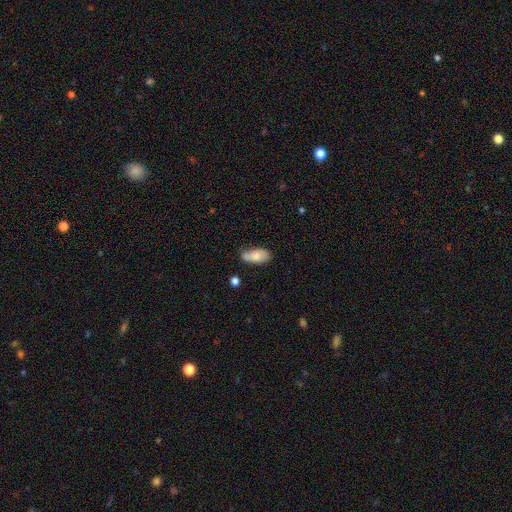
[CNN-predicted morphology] smooth_or_featured: smooth (p=0.76) [alt: featured or disk p=0.17]
how_rounded: in between (p=0.90) [alt: cigar-shaped p=0.07]
merging: none (p=0.63) [alt: minor disturbance p=0.27]